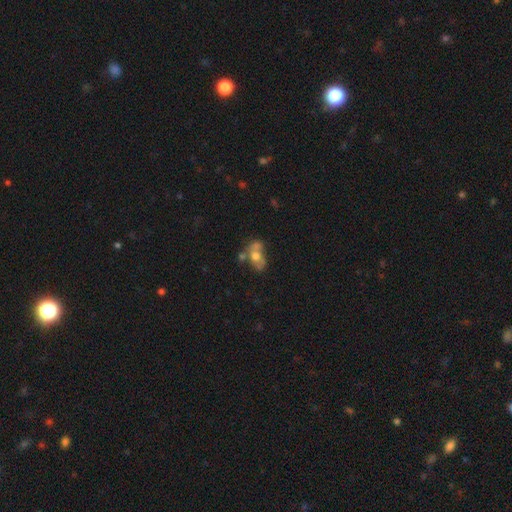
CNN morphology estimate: smooth-or-featured: smooth: 45% | featured or disk: 44% | star or artifact: 11%
  merging: merger: 35% | none: 32% | minor disturbance: 18% | major disturbance: 15%